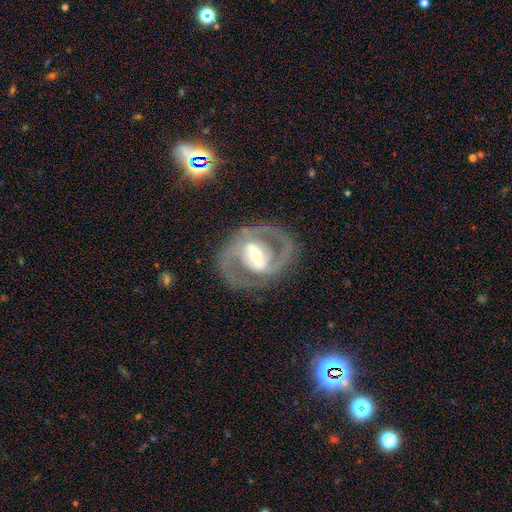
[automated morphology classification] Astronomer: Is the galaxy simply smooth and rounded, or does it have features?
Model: featured or disk — 86%.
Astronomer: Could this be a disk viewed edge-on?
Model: no — 96%.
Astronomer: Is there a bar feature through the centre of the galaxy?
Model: strong — 48% (runner-up: weak, 35%).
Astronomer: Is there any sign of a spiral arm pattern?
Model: yes — 86%.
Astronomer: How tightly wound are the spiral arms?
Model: medium — 52% (runner-up: tight, 35%).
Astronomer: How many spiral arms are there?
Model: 2 — 86%.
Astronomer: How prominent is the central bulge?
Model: moderate — 50% (runner-up: small, 38%).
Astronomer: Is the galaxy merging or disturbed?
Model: none — 77%.